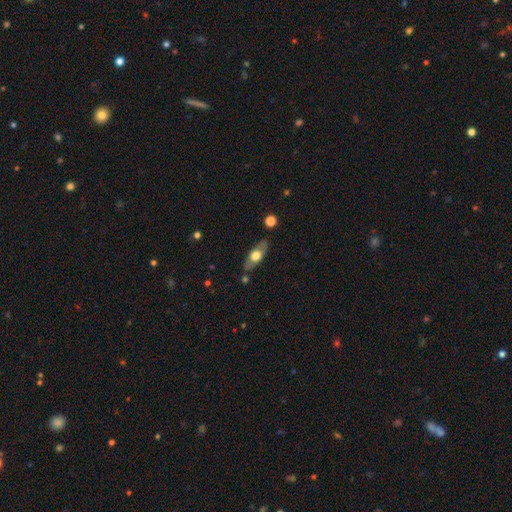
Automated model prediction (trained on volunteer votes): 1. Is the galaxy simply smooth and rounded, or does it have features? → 49% smooth, 45% featured or disk, 6% star or artifact.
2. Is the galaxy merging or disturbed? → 77% none, 16% minor disturbance, 4% merger, 4% major disturbance.